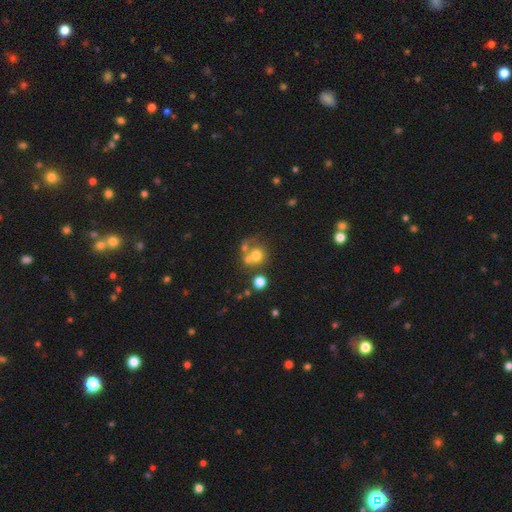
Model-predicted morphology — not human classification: Smooth or featured?
  - smooth: 64% *
  - featured or disk: 22%
  - star or artifact: 14%
How rounded?
  - round: 80% *
  - in between: 19%
  - cigar-shaped: 1%
Merging?
  - merger: 41% *
  - none: 38%
  - major disturbance: 11%
  - minor disturbance: 10%